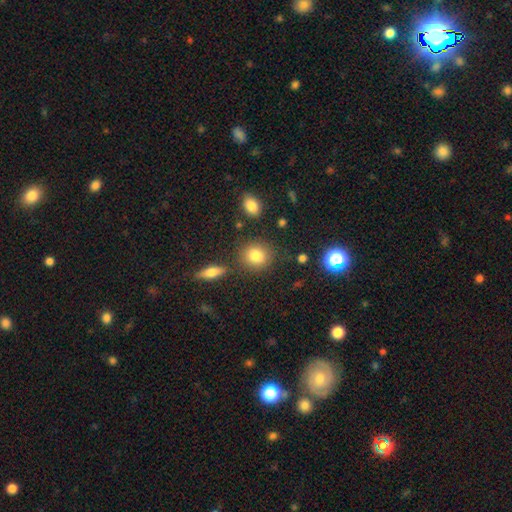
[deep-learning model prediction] Smooth or featured? smooth (83%)
How rounded? round (73%)
Merging? none (79%)